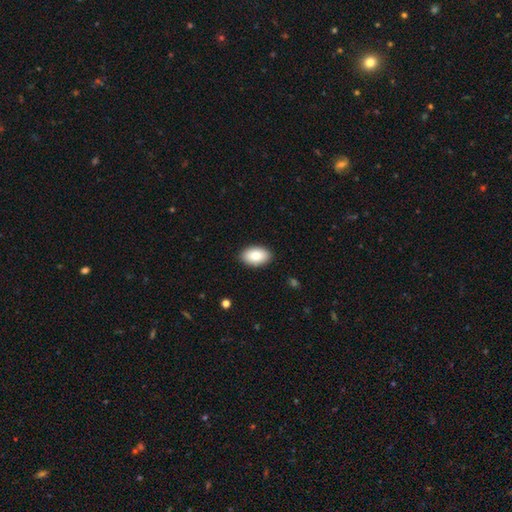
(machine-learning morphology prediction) smooth 85%, featured or disk 8%, star or artifact 6%. Down the decision tree: how rounded — in between (92%); merging — none (89%).